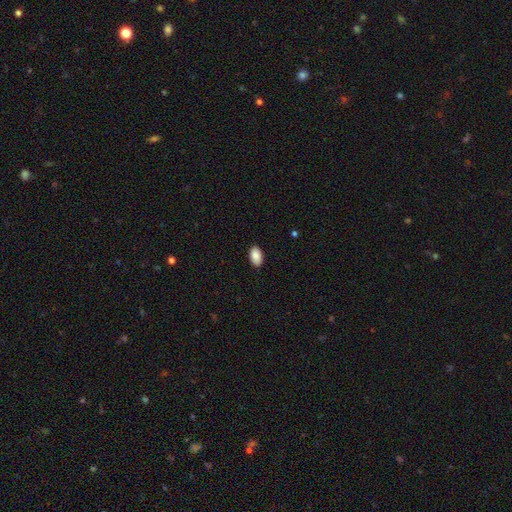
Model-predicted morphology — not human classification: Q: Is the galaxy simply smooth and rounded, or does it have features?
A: smooth — 89%.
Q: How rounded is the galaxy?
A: in between — 94%.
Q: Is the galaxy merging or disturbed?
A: none — 89%.